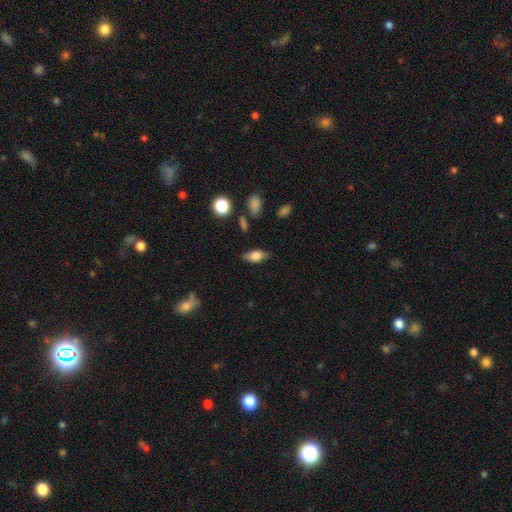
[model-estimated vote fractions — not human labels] Q: Smooth or featured?
A: smooth (68%); runner-up: featured or disk (23%)
Q: How rounded?
A: in between (83%); runner-up: cigar-shaped (10%)
Q: Merging?
A: none (78%); runner-up: minor disturbance (16%)